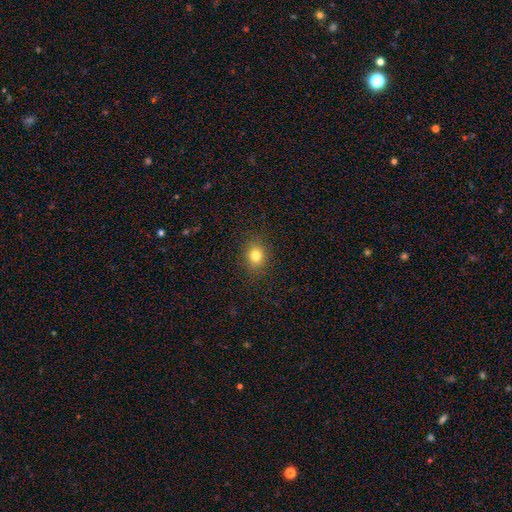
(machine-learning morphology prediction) Q: Smooth or featured?
A: smooth (80%); runner-up: star or artifact (13%)
Q: How rounded?
A: round (54%); runner-up: in between (45%)
Q: Merging?
A: none (88%); runner-up: minor disturbance (8%)